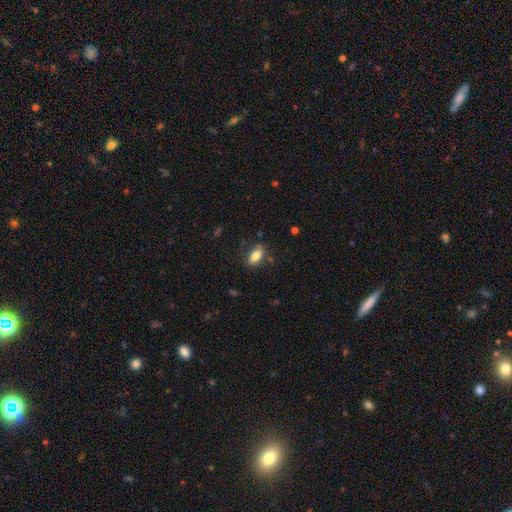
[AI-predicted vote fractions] smooth-or-featured: smooth: 81% | featured or disk: 11% | star or artifact: 8%
  how-rounded: in between: 88% | cigar-shaped: 7% | round: 5%
  merging: none: 79% | minor disturbance: 15% | major disturbance: 4% | merger: 2%